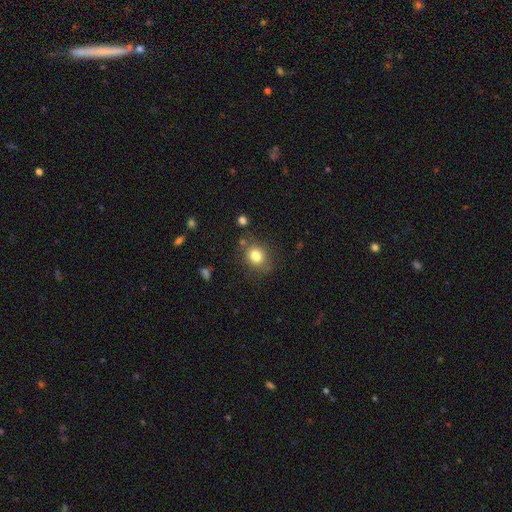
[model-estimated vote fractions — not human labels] A smooth galaxy with no disk features (80%) that is round (71%).

Vote fractions:
- Smooth or featured? smooth: 80% / star or artifact: 12% / featured or disk: 8%
- How rounded? round: 71% / in between: 28% / cigar-shaped: 1%
- Merging? none: 77% / minor disturbance: 14% / merger: 5% / major disturbance: 4%